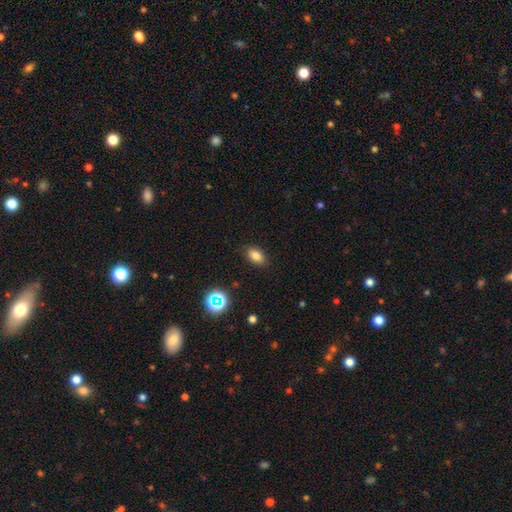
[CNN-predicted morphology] The model was most divided on "smooth or featured": smooth: 81%, star or artifact: 12%, featured or disk: 7%. More confident: how rounded — in between (86%); merging — none (86%).